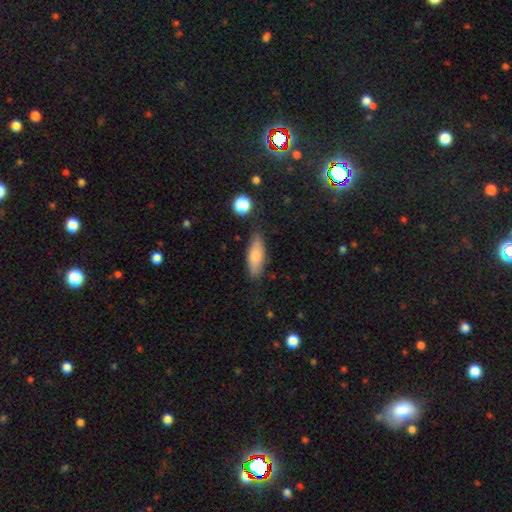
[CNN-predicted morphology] This is likely a smooth galaxy (77%). How rounded: likely in between (66%). Merging: likely none (76%).